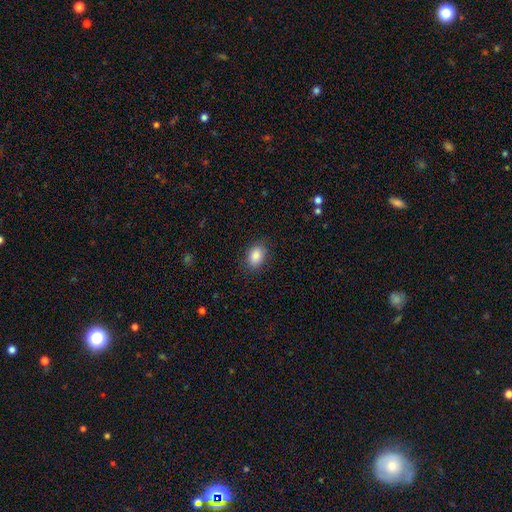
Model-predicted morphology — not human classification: type=smooth (88%); roundness=in between (77%); merging=none (85%).